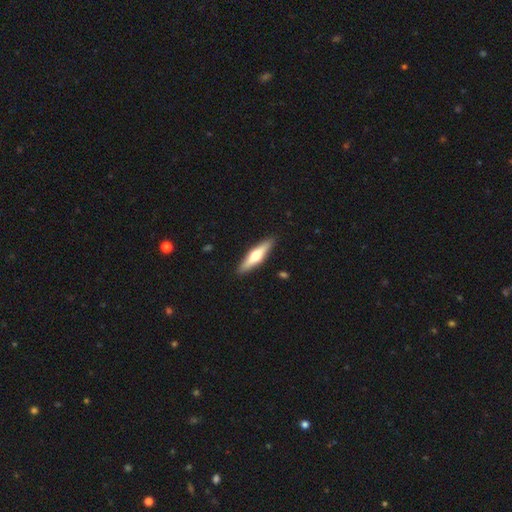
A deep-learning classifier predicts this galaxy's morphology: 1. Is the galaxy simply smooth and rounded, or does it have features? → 55% featured or disk, 40% smooth, 5% star or artifact.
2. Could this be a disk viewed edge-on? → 94% yes, 6% no.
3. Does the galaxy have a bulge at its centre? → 93% rounded, 4% boxy, 3% none.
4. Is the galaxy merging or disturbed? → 90% none, 7% minor disturbance, 1% major disturbance, 1% merger.